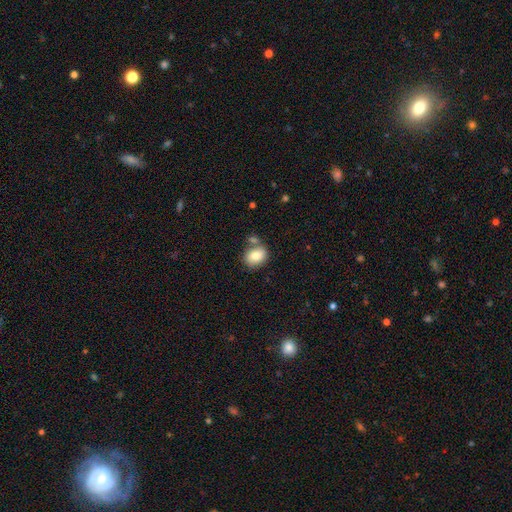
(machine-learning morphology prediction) The model was most divided on "how rounded": in between: 64%, round: 35%, cigar-shaped: 1%. More confident: smooth or featured — smooth (81%); merging — none (59%).